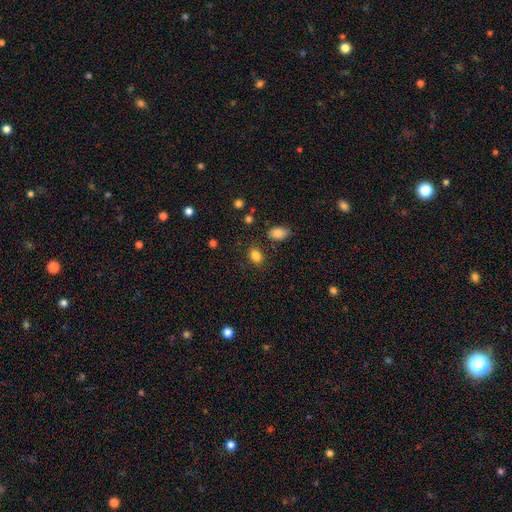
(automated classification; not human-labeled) The model was most divided on "how rounded": in between: 71%, round: 28%, cigar-shaped: 1%. More confident: smooth or featured — smooth (84%); merging — none (81%).